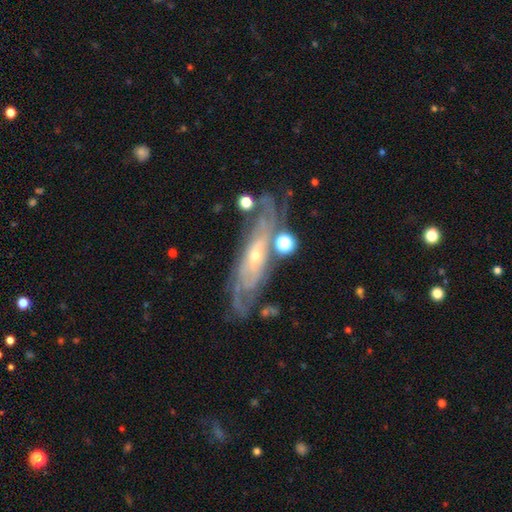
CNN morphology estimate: A featured or disk galaxy (84%) with no bar (69%), tight (69%) spiral arms (92%) and a small central bulge (71%).

Vote fractions:
- Smooth or featured? featured or disk: 84% / smooth: 9% / star or artifact: 7%
- Edge-on disk? no: 81% / yes: 19%
- Bar? no: 69% / weak: 22% / strong: 9%
- Spiral arms? yes: 92% / no: 8%
- Spiral winding? tight: 69% / medium: 24% / loose: 7%
- Spiral arm count? can't tell: 49% / 2: 16% / 3: 12% / 4: 11% / more than 4: 7% / 1: 5%
- Bulge size? small: 71% / moderate: 25% / large: 1% / none: 1% / dominant: 1%
- Merging? none: 68% / minor disturbance: 17% / major disturbance: 8% / merger: 6%